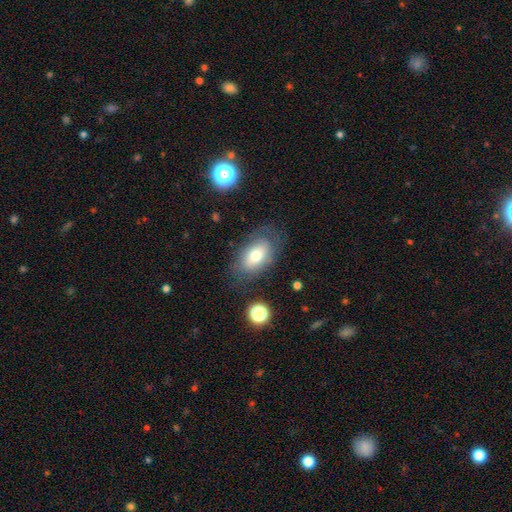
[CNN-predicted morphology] This is likely a smooth galaxy (69%). How rounded: clearly in between (90%). Merging: likely none (70%).